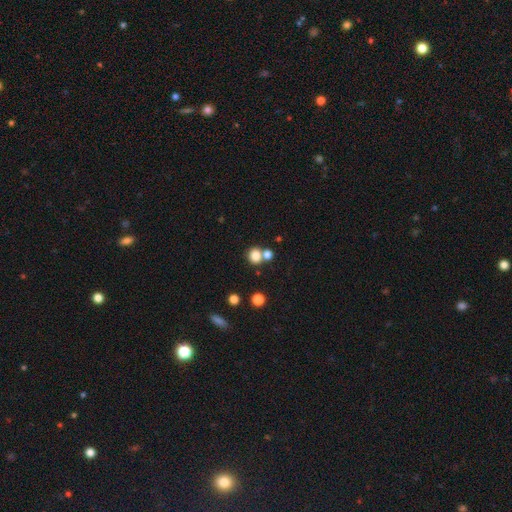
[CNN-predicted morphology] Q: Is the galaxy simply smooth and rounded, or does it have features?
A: smooth — 81%.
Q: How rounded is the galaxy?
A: round — 79%.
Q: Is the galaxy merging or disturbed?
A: none — 54%.